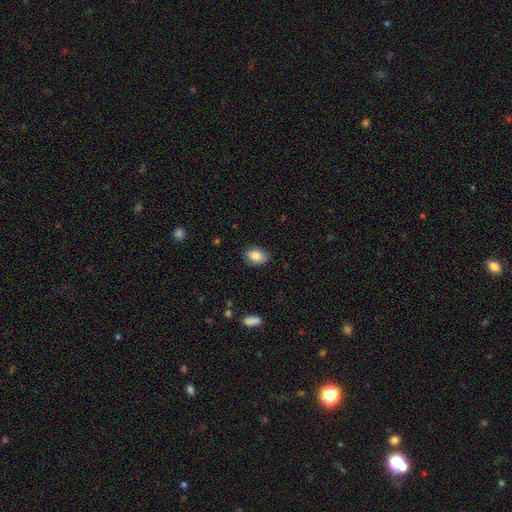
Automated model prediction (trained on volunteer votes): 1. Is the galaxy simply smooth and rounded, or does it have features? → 86% smooth, 8% star or artifact, 6% featured or disk.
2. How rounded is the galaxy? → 80% in between, 19% round, 1% cigar-shaped.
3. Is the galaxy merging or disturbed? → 86% none, 11% minor disturbance, 2% major disturbance, 1% merger.